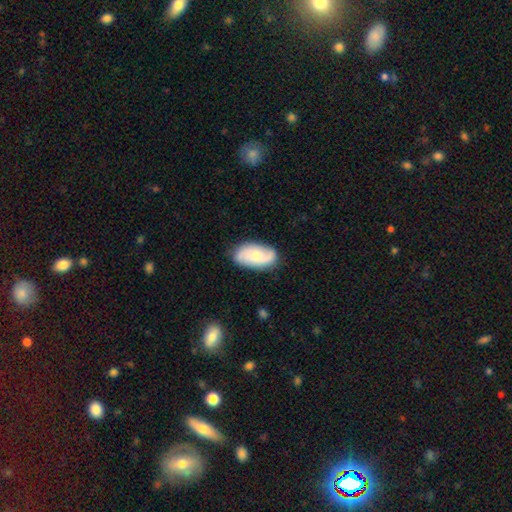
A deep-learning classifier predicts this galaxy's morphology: Smooth or featured? Predicted: featured or disk (p=0.51). Edge-on disk? Predicted: no (p=0.94). Merging? Predicted: none (p=0.78).